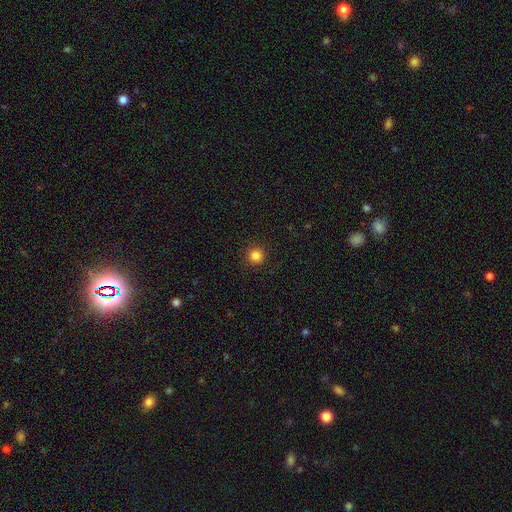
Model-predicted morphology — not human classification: Smooth or featured?
  - smooth: 85% *
  - star or artifact: 12%
  - featured or disk: 3%
How rounded?
  - round: 96% *
  - in between: 4%
  - cigar-shaped: 1%
Merging?
  - none: 92% *
  - minor disturbance: 5%
  - major disturbance: 2%
  - merger: 1%